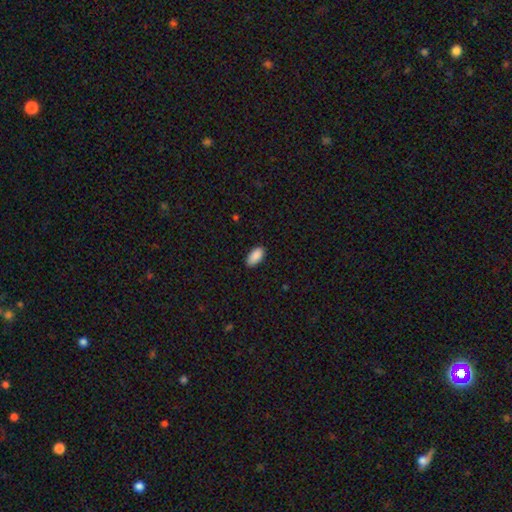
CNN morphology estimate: Q: Smooth or featured?
A: smooth (90%); runner-up: star or artifact (7%)
Q: How rounded?
A: in between (94%); runner-up: cigar-shaped (4%)
Q: Merging?
A: none (85%); runner-up: minor disturbance (12%)